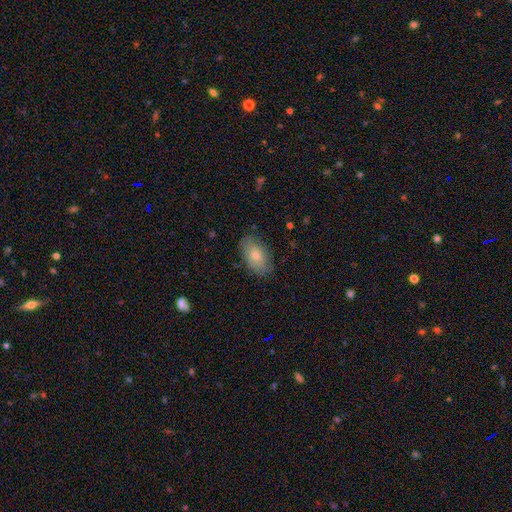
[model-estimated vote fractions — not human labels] The model was most divided on "smooth or featured": smooth: 75%, featured or disk: 19%, star or artifact: 6%. More confident: how rounded — in between (93%); merging — none (78%).